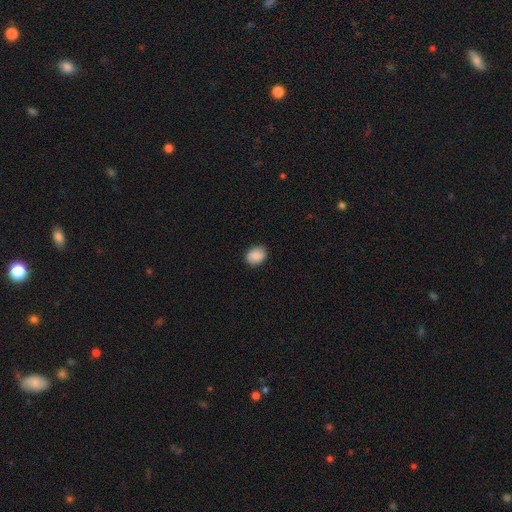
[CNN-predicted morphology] Smooth or featured? smooth (88%)
How rounded? in between (61%)
Merging? none (87%)